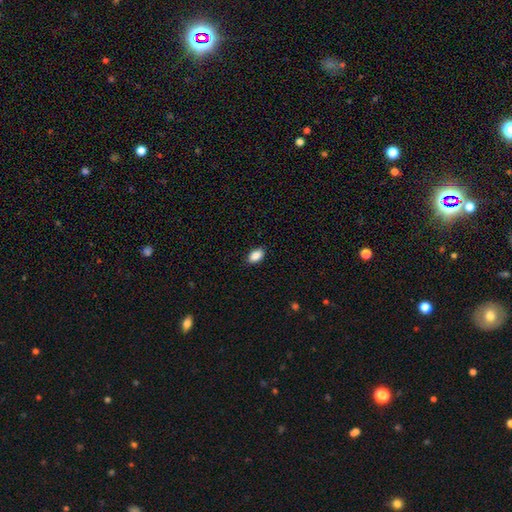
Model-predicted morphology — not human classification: Smooth or featured? Predicted: smooth (p=0.90). How rounded? Predicted: in between (p=0.91). Merging? Predicted: none (p=0.87).